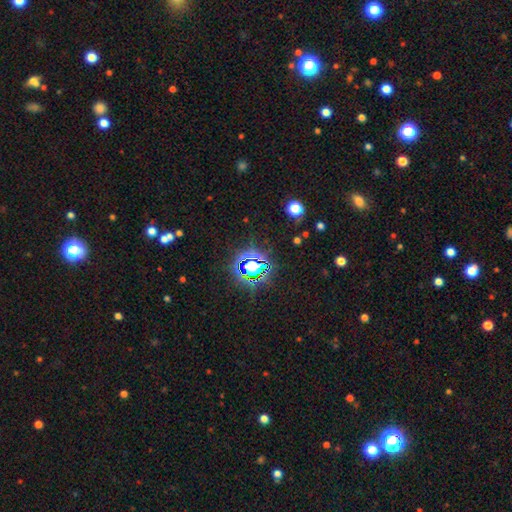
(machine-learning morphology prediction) A star or artifact, not a galaxy (81%).

Vote fractions:
- Smooth or featured? star or artifact: 81% / smooth: 12% / featured or disk: 7%